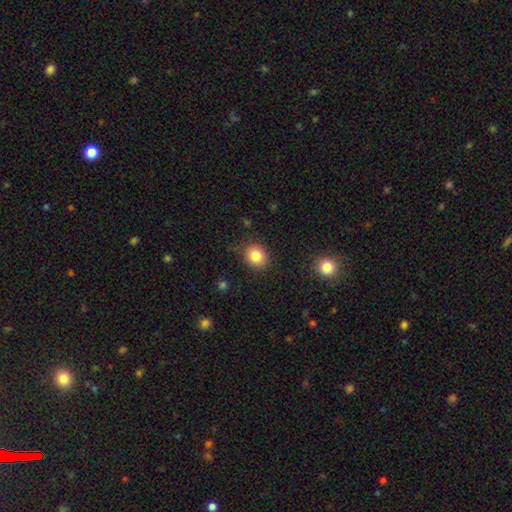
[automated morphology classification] Q: Smooth or featured?
A: smooth (83%); runner-up: star or artifact (10%)
Q: How rounded?
A: round (77%); runner-up: in between (23%)
Q: Merging?
A: none (86%); runner-up: minor disturbance (10%)